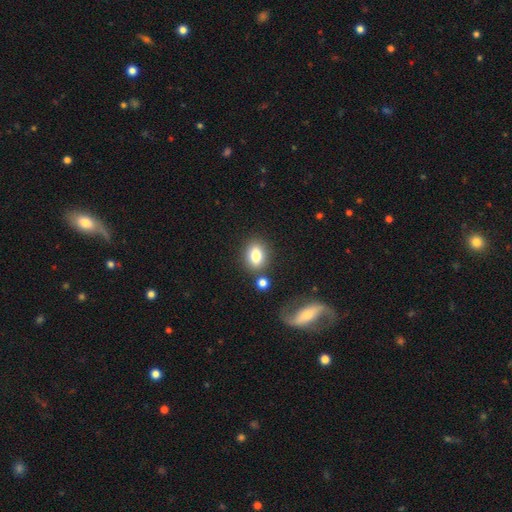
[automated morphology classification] Overall: smooth (80%). How rounded: in between (66%; round 32%). Merging: none (74%).